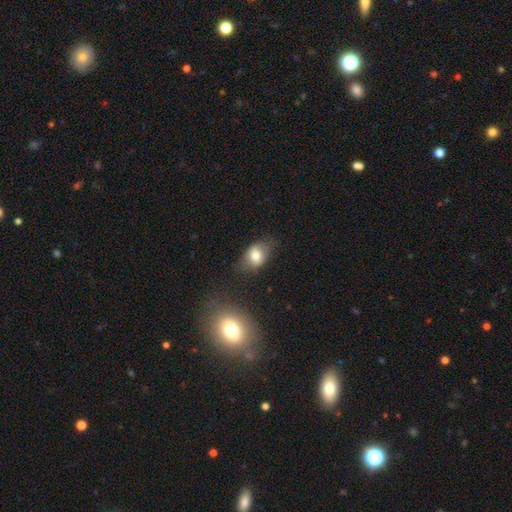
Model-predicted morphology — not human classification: type=smooth (71%); roundness=in between (76%); merging=none (68%).